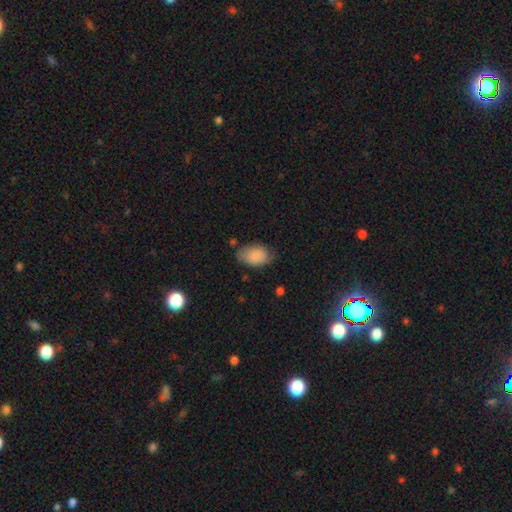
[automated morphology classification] Smooth or featured? smooth (86%)
How rounded? in between (91%)
Merging? none (65%)